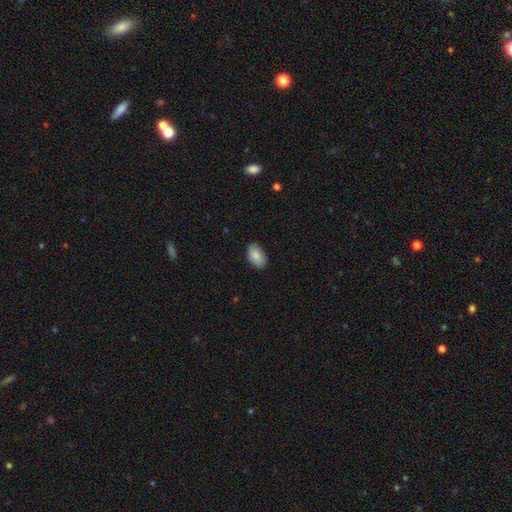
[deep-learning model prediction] smooth 87%, star or artifact 6%, featured or disk 6%. Down the decision tree: how rounded — in between (93%); merging — none (85%).